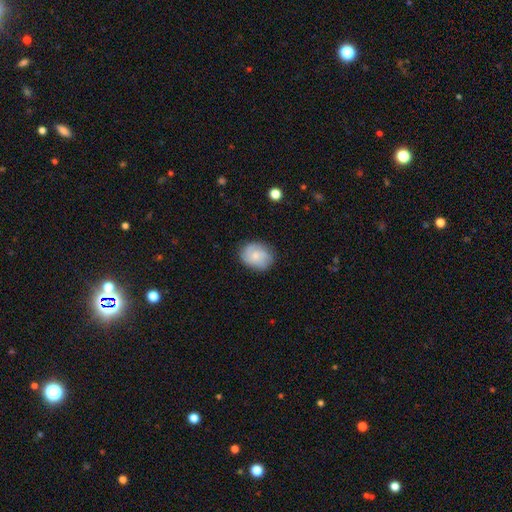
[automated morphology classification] Smooth or featured? smooth (51%)
How rounded? round (50%)
Merging? none (78%)